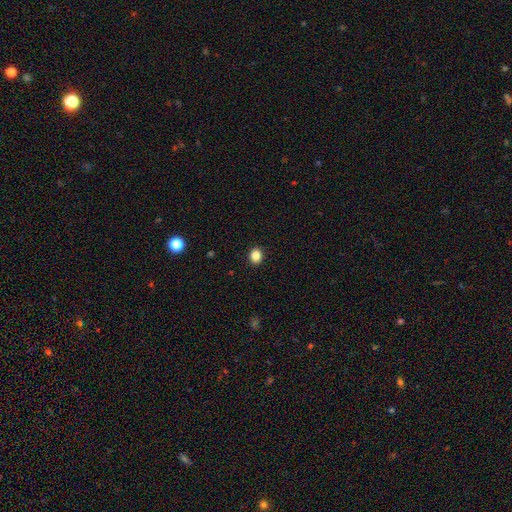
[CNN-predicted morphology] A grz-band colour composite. It shows a smooth galaxy with no disk features (86%) that is round (53%). Merging: none (91%).